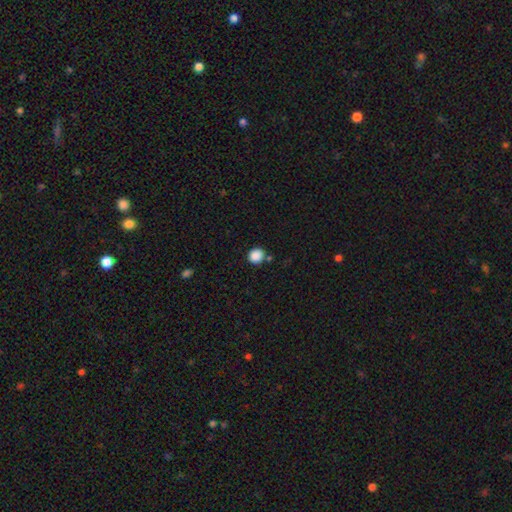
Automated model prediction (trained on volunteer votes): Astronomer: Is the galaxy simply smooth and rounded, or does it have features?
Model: smooth — 87%.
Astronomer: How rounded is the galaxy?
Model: round — 85%.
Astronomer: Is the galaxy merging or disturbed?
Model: none — 80%.